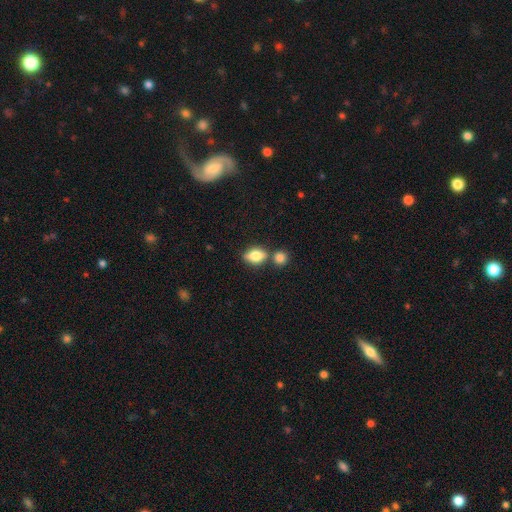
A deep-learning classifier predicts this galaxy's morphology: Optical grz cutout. It shows a smooth galaxy with no disk features (78%) that is in between round and cigar-shaped (78%). Merging: none (59%).